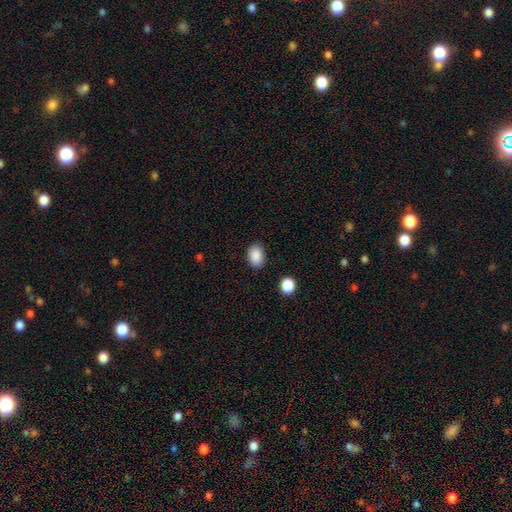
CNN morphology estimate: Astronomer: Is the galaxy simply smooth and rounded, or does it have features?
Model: smooth — 88%.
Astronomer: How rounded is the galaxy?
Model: in between — 78%.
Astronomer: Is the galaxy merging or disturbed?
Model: none — 84%.